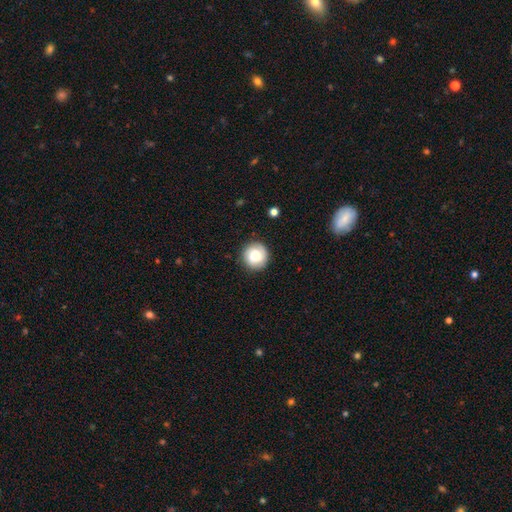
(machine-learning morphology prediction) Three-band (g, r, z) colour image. It shows a smooth galaxy with no disk features (72%) that is round (94%). Merging: none (87%).